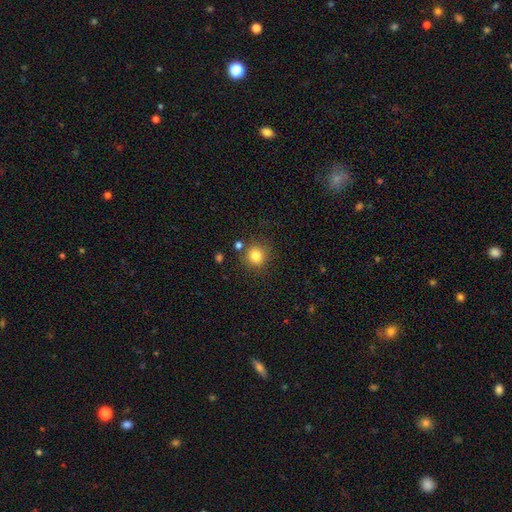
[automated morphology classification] This is clearly a smooth galaxy (82%). How rounded: clearly round (89%). Merging: clearly none (81%).